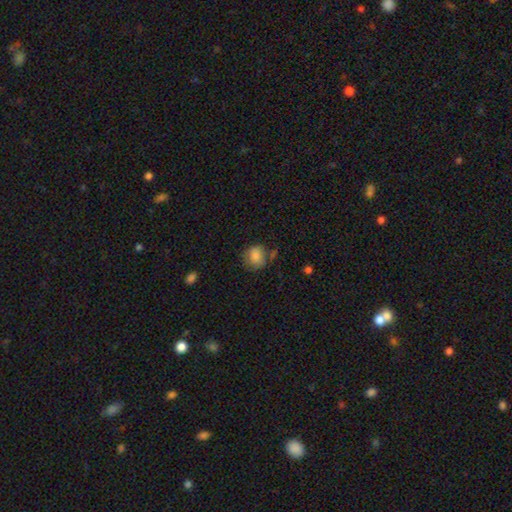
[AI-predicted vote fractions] Q: Smooth or featured?
A: smooth (83%); runner-up: star or artifact (9%)
Q: How rounded?
A: round (71%); runner-up: in between (28%)
Q: Merging?
A: none (63%); runner-up: minor disturbance (23%)